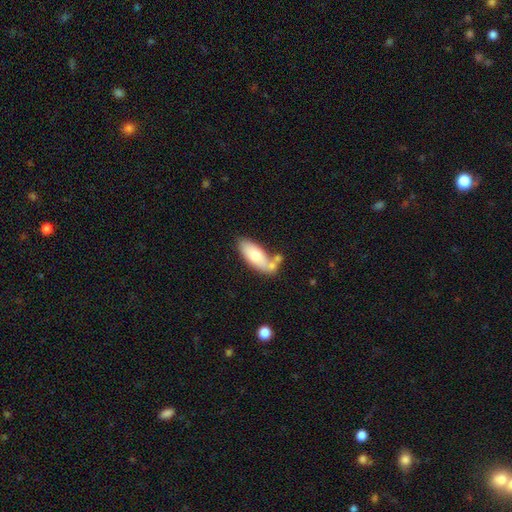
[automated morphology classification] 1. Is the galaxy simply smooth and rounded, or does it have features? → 70% smooth, 23% featured or disk, 7% star or artifact.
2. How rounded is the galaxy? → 81% in between, 17% cigar-shaped, 2% round.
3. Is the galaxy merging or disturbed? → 53% none, 24% merger, 18% minor disturbance, 5% major disturbance.